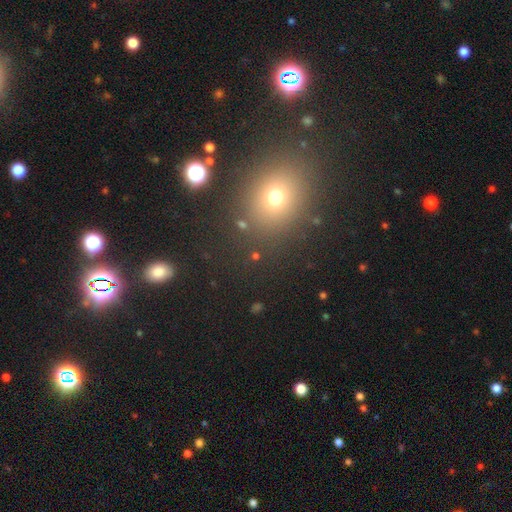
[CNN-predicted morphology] smooth 57%, star or artifact 32%, featured or disk 11%. Down the decision tree: how rounded — round (67%); merging — none (81%).